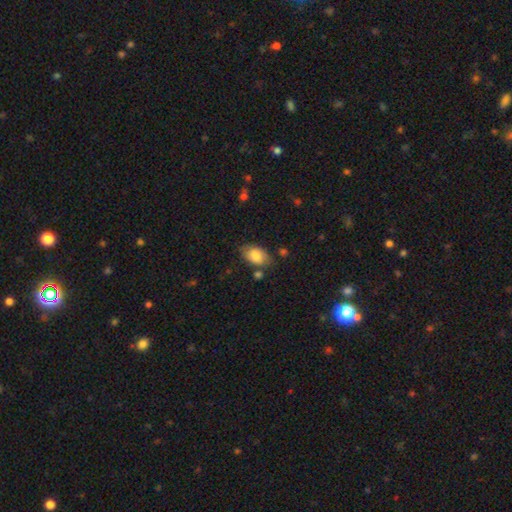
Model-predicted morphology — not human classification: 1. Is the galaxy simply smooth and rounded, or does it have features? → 81% smooth, 12% featured or disk, 7% star or artifact.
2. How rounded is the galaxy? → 90% in between, 9% round, 1% cigar-shaped.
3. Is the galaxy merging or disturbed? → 67% none, 22% minor disturbance, 5% merger, 5% major disturbance.